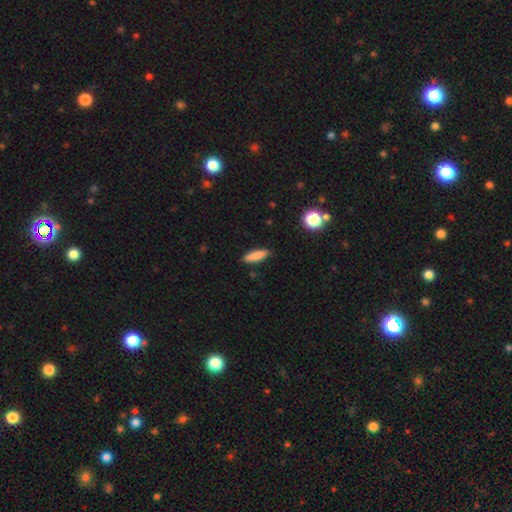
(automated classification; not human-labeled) The model was most divided on "how rounded": cigar-shaped: 62%, in between: 36%, round: 2%. More confident: merging — none (88%); smooth or featured — smooth (84%).